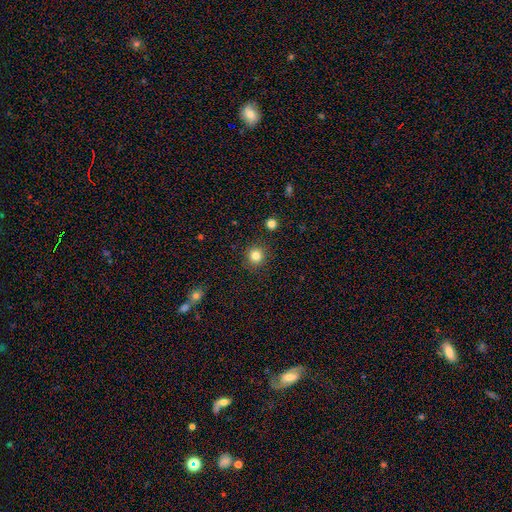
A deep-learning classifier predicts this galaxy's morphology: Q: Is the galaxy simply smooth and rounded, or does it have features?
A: smooth — 82%.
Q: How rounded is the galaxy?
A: round — 93%.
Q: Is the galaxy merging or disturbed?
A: none — 91%.